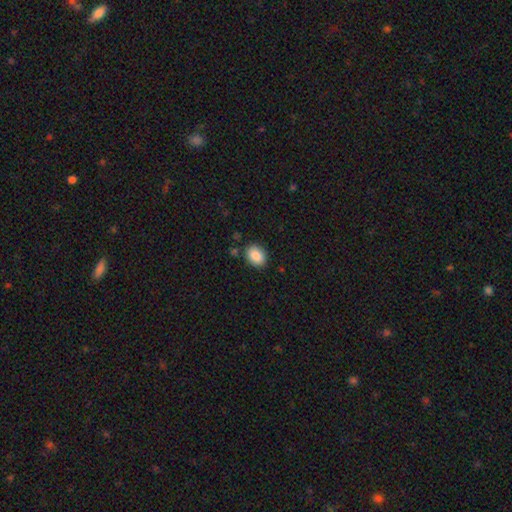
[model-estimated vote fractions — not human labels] smooth-or-featured: smooth: 87% | star or artifact: 8% | featured or disk: 5%
  how-rounded: in between: 68% | round: 31% | cigar-shaped: 1%
  merging: none: 85% | minor disturbance: 10% | merger: 3% | major disturbance: 2%